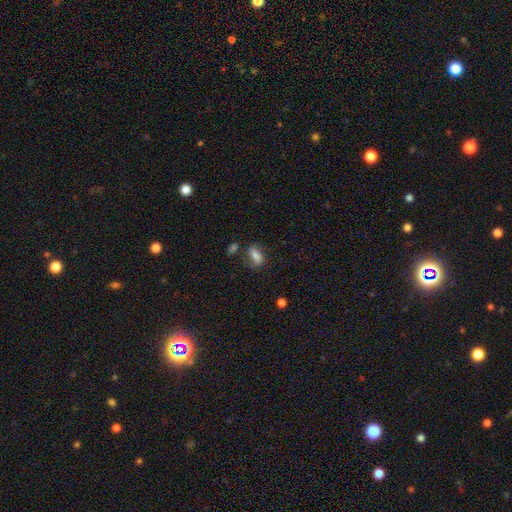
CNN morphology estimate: Overall: smooth (71%). How rounded: in between (75%). Merging: none (58%; minor disturbance 23%).